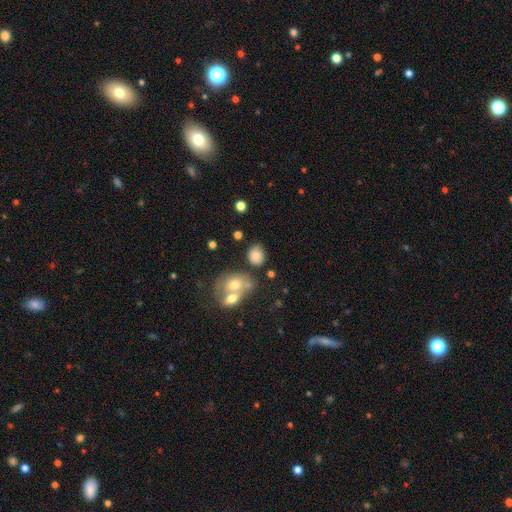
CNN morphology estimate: type=smooth (79%); roundness=round (50%); merging=none (57%).